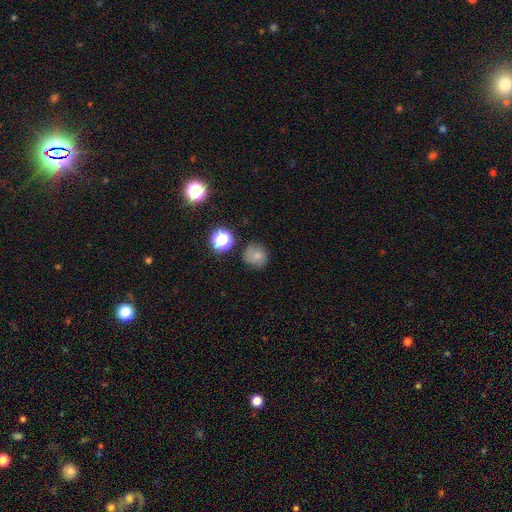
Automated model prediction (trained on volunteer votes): Smooth or featured?
  - smooth: 76% *
  - star or artifact: 15%
  - featured or disk: 9%
How rounded?
  - round: 90% *
  - in between: 9%
  - cigar-shaped: 1%
Merging?
  - none: 75% *
  - minor disturbance: 16%
  - major disturbance: 5%
  - merger: 4%